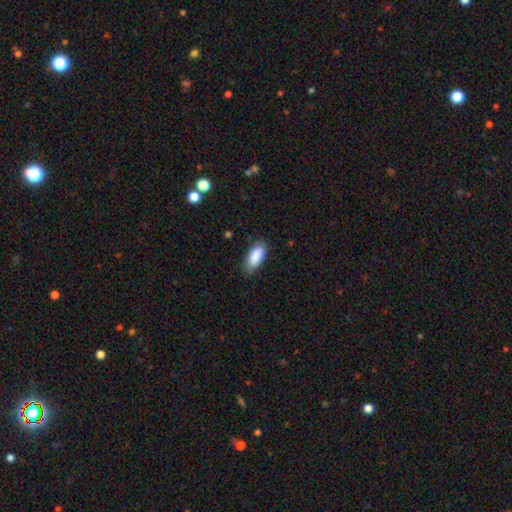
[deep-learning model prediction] This is clearly a smooth galaxy (88%). How rounded: clearly in between (90%). Merging: likely none (79%).